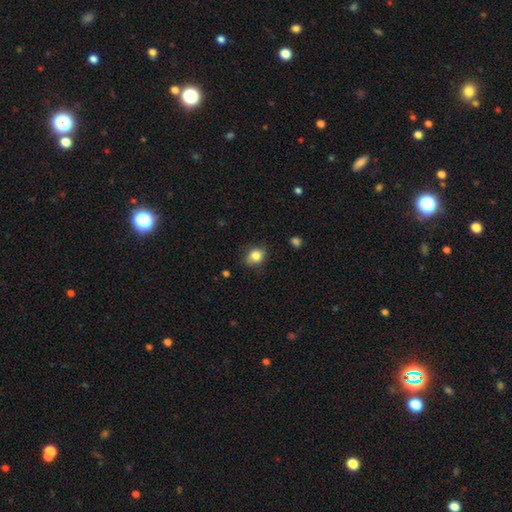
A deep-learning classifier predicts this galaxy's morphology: type=smooth (84%); roundness=round (56%); merging=none (76%).